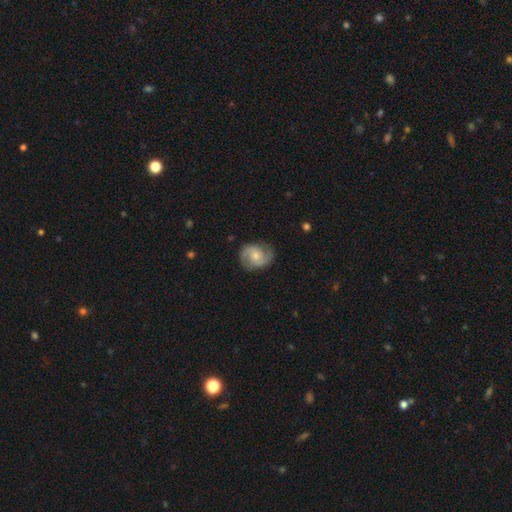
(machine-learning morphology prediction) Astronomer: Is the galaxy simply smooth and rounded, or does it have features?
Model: featured or disk — 80%.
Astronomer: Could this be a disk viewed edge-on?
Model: no — 98%.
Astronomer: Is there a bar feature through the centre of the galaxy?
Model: no — 60%.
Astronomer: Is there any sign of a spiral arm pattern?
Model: yes — 96%.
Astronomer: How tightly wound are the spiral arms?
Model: medium — 53%.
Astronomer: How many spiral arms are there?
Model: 2 — 90%.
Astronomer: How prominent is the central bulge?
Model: moderate — 52% (runner-up: small, 40%).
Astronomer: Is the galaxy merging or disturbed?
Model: none — 80%.